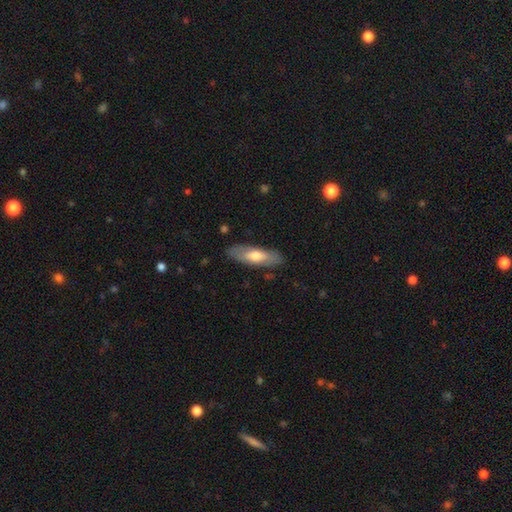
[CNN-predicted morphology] A smooth galaxy with no disk features (60%) that is in between round and cigar-shaped (56%). Merging: none (84%).